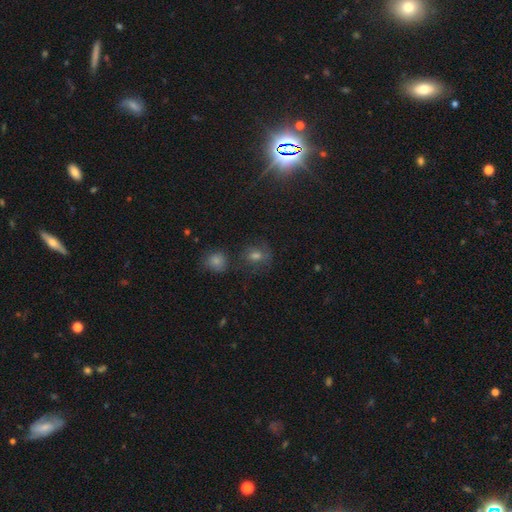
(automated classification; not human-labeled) smooth 42%, star or artifact 37%, featured or disk 20%. Down the decision tree: merging — none (69%).